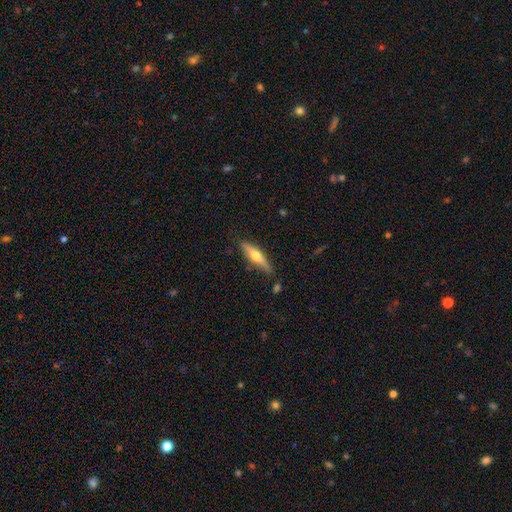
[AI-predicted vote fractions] The model was most divided on "smooth or featured": featured or disk: 49%, smooth: 45%, star or artifact: 6%. More confident: merging — none (81%).